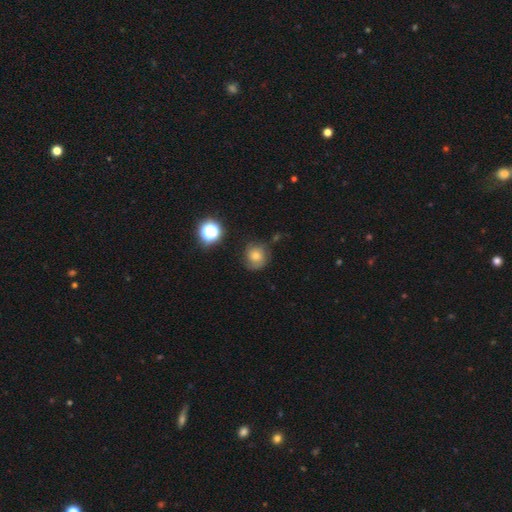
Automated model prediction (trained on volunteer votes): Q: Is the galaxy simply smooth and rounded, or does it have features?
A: smooth — 58%.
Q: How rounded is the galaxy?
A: round — 87%.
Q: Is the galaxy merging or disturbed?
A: none — 69%.